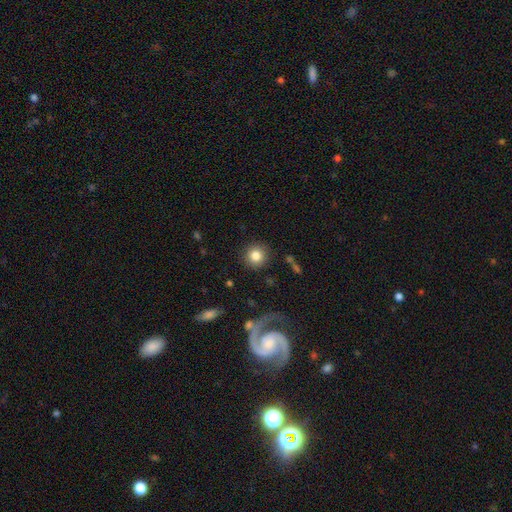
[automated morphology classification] smooth 83%, star or artifact 10%, featured or disk 8%. Down the decision tree: how rounded — round (93%); merging — none (89%).